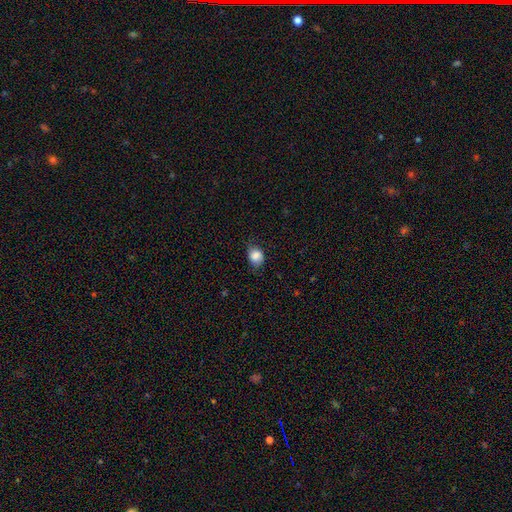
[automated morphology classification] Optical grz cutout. It shows a smooth galaxy with no disk features (84%) that is in between round and cigar-shaped (50%). Merging: none (68%).